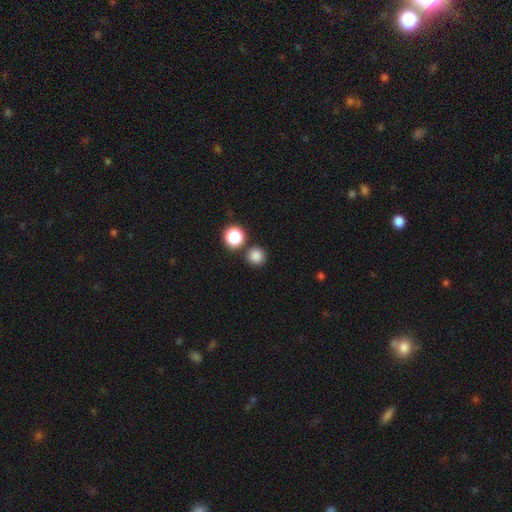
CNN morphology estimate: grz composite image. It shows a smooth galaxy with no disk features (83%) that is round (94%). Merging: none (82%).